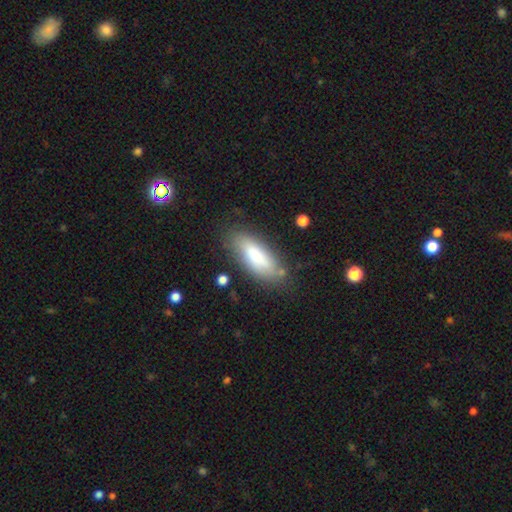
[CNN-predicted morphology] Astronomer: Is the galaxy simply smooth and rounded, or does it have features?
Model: smooth — 68%.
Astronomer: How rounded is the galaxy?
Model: in between — 65%.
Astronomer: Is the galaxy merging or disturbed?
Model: none — 78%.